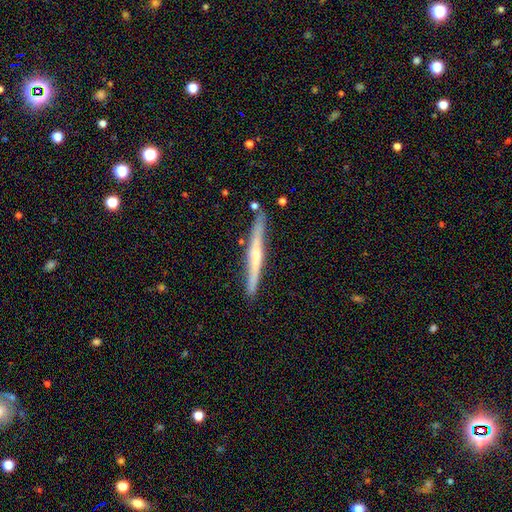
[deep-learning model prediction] Overall: featured or disk (66%; smooth 28%). Edge-on disk: yes (96%). Edge-on bulge: rounded (58%; none 34%). Merging: none (85%).